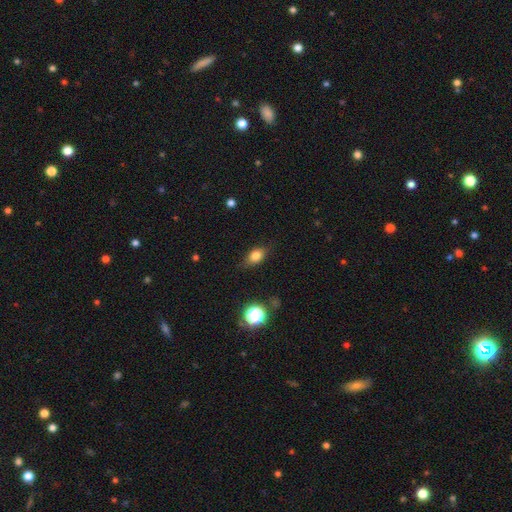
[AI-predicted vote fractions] Smooth or featured? Predicted: smooth (p=0.79). How rounded? Predicted: in between (p=0.77). Merging? Predicted: none (p=0.77).